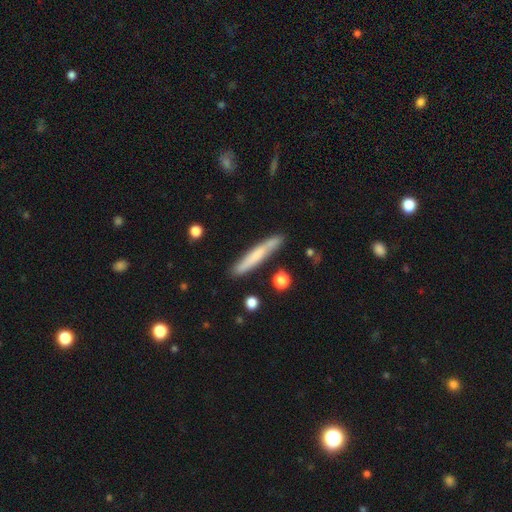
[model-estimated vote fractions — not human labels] Smooth or featured?
  - smooth: 58% *
  - featured or disk: 36%
  - star or artifact: 6%
How rounded?
  - cigar-shaped: 94% *
  - in between: 5%
  - round: 1%
Merging?
  - none: 82% *
  - minor disturbance: 12%
  - merger: 3%
  - major disturbance: 2%